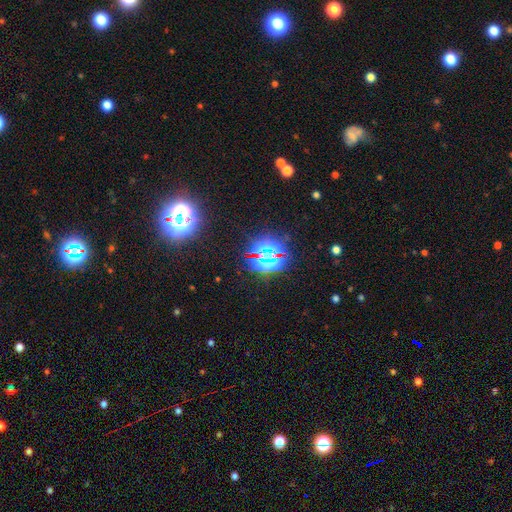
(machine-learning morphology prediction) Smooth or featured?
  - star or artifact: 82% *
  - smooth: 12%
  - featured or disk: 6%